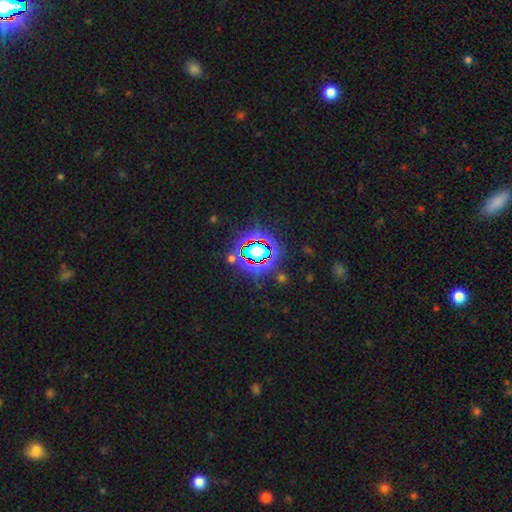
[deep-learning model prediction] The model was most divided on "smooth or featured": star or artifact: 78%, smooth: 13%, featured or disk: 9%.